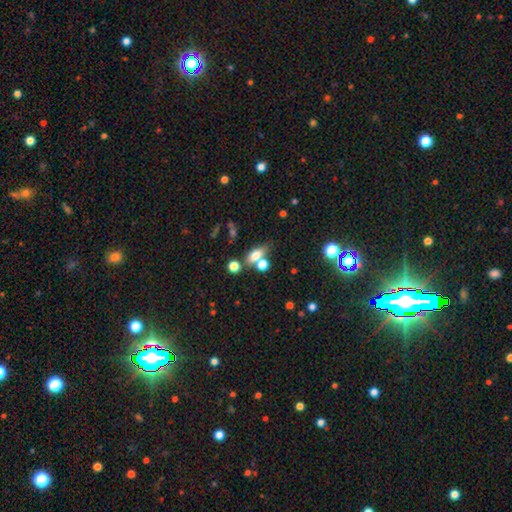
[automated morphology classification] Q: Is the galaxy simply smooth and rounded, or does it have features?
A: smooth — 71%.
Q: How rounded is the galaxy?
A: in between — 72%.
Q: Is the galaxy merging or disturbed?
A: none — 50%.